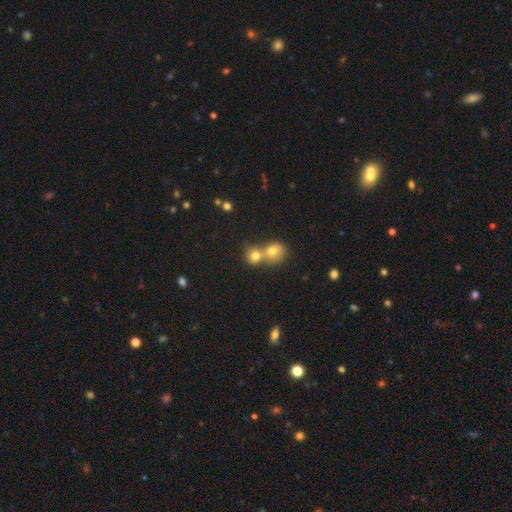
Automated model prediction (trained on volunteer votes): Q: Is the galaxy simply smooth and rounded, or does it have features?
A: smooth — 61%.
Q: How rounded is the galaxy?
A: round — 77%.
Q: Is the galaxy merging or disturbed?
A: none — 47%.